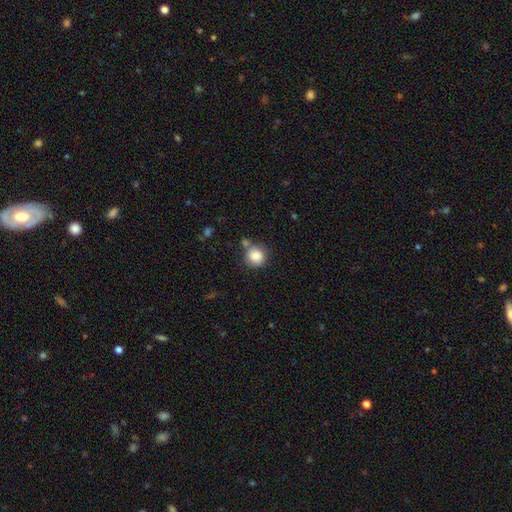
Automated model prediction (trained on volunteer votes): This is clearly a smooth galaxy (83%). How rounded: clearly round (89%). Merging: likely none (64%).